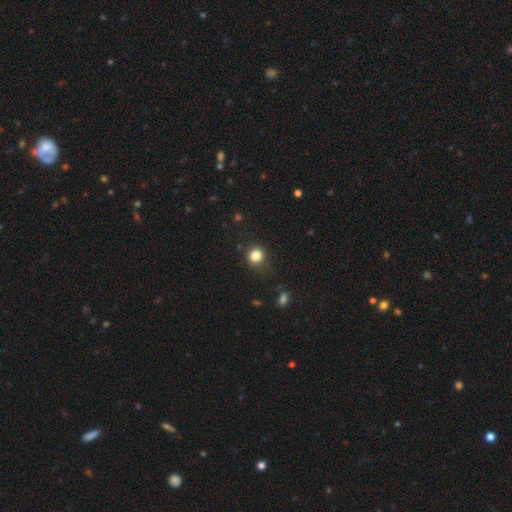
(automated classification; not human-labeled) smooth 83%, star or artifact 13%, featured or disk 4%. Down the decision tree: how rounded — round (83%); merging — none (79%).